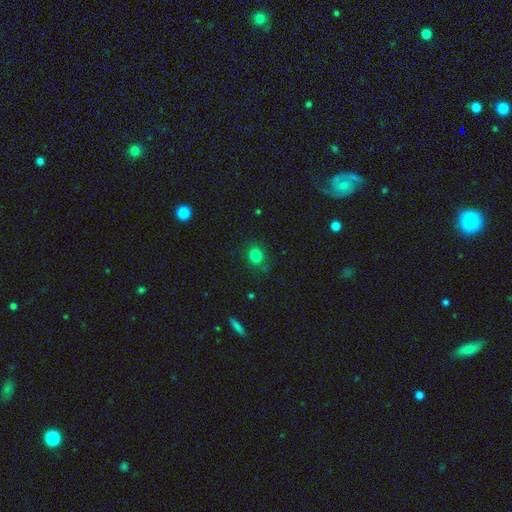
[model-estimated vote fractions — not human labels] smooth_or_featured: smooth (p=0.82) [alt: star or artifact p=0.13]
how_rounded: round (p=0.63) [alt: in between p=0.36]
merging: none (p=0.80) [alt: minor disturbance p=0.14]